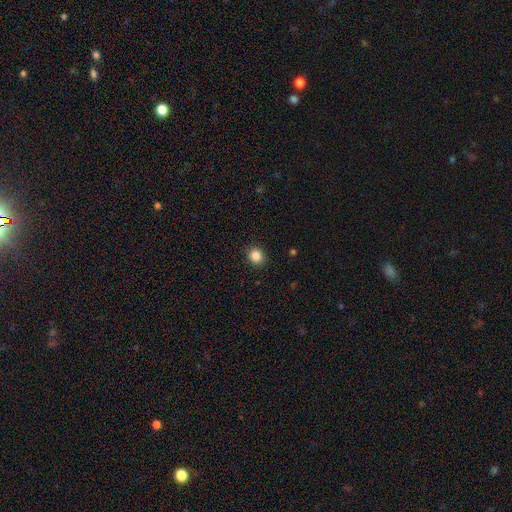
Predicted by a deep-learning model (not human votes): The model was most divided on "how rounded": round: 80%, in between: 19%, cigar-shaped: 1%. More confident: merging — none (91%); smooth or featured — smooth (86%).